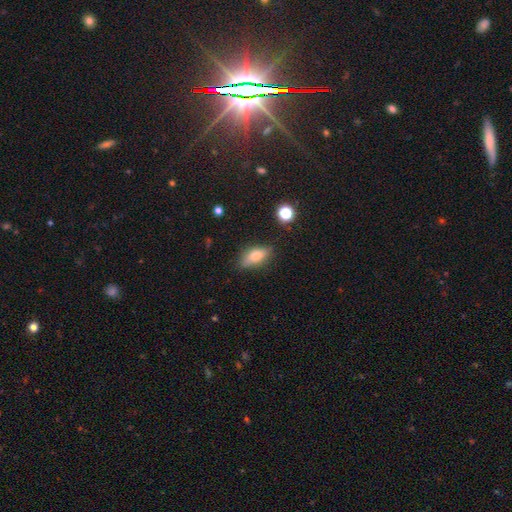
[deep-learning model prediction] Overall: smooth (68%). How rounded: in between (78%). Merging: none (80%).